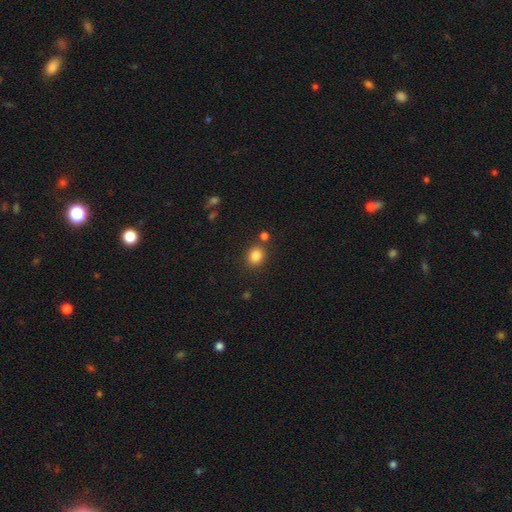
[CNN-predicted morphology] Smooth or featured? Predicted: smooth (p=0.84). How rounded? Predicted: round (p=0.69). Merging? Predicted: none (p=0.80).